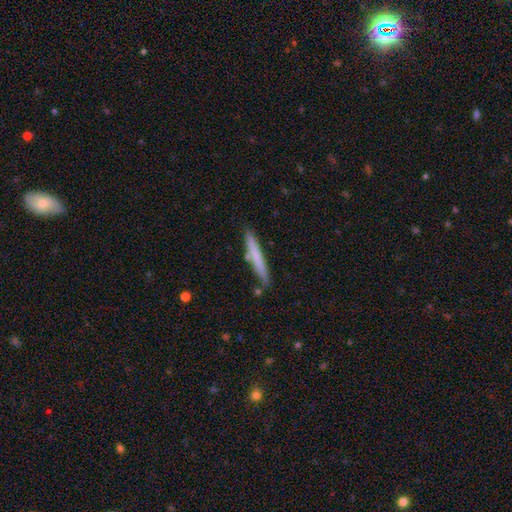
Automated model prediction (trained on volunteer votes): The model was most divided on "smooth or featured": smooth: 67%, featured or disk: 28%, star or artifact: 6%. More confident: how rounded — cigar-shaped (96%); merging — none (84%).